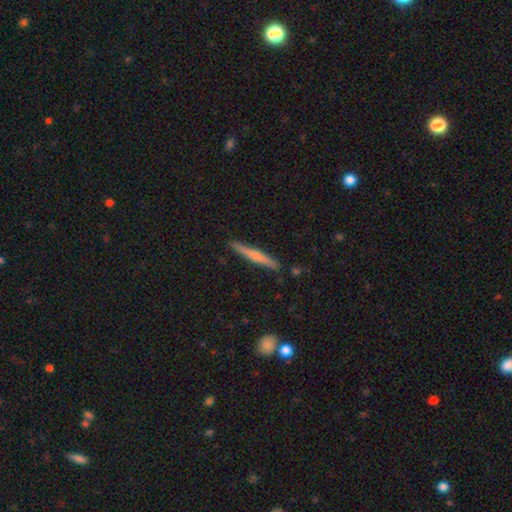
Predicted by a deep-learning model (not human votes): A smooth galaxy with no disk features (48%).

Vote fractions:
- Smooth or featured? smooth: 48% / featured or disk: 46% / star or artifact: 6%
- Merging? none: 88% / minor disturbance: 9% / major disturbance: 2% / merger: 2%